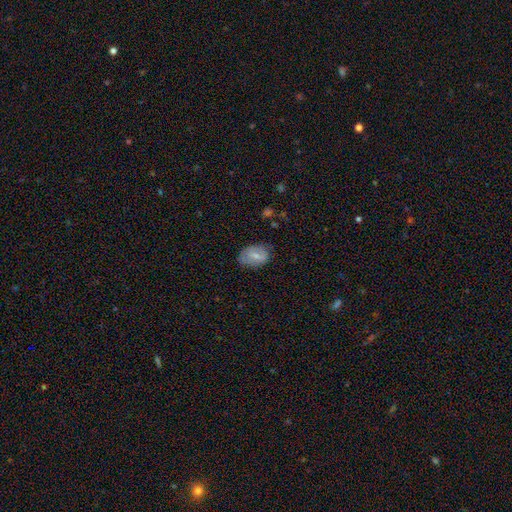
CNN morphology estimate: A smooth galaxy with no disk features (63%) that is in between round and cigar-shaped (82%). Merging: none (63%).